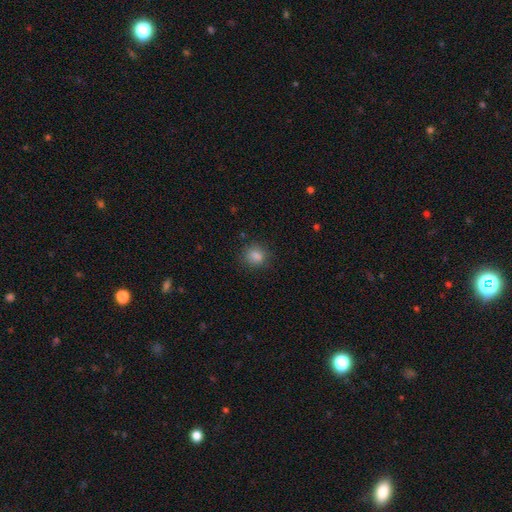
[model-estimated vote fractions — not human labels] Q: Smooth or featured?
A: smooth (84%); runner-up: star or artifact (12%)
Q: How rounded?
A: round (71%); runner-up: in between (28%)
Q: Merging?
A: none (85%); runner-up: minor disturbance (11%)